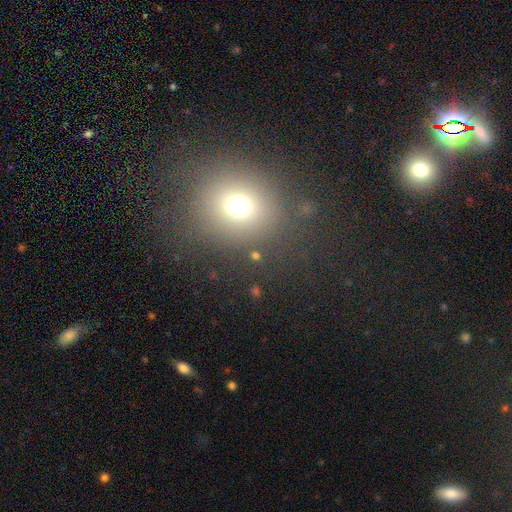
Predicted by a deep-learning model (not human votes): A smooth galaxy with no disk features (65%) that is round (80%).

Vote fractions:
- Smooth or featured? smooth: 65% / star or artifact: 24% / featured or disk: 10%
- How rounded? round: 80% / in between: 19% / cigar-shaped: 1%
- Merging? none: 79% / minor disturbance: 10% / major disturbance: 6% / merger: 5%